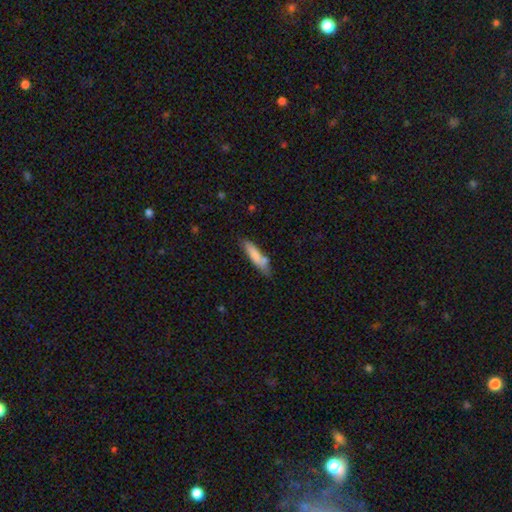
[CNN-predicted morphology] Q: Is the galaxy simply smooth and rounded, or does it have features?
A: smooth — 77%.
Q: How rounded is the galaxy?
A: cigar-shaped — 77%.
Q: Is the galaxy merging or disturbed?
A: none — 68%.